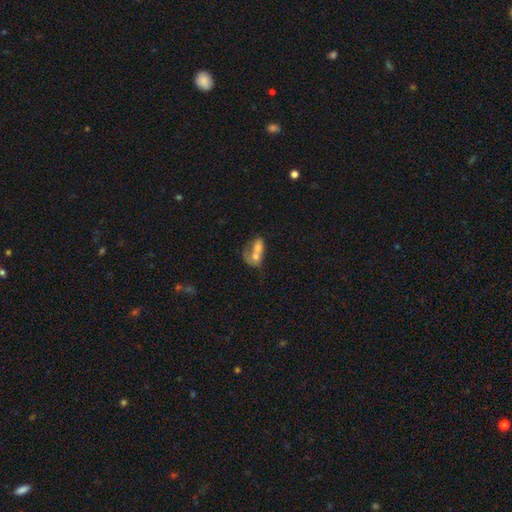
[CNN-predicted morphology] Smooth or featured: smooth — 60% (featured or disk — 30%)
How rounded: in between — 75% (round — 21%)
Merging: merger — 73% (none — 13%)